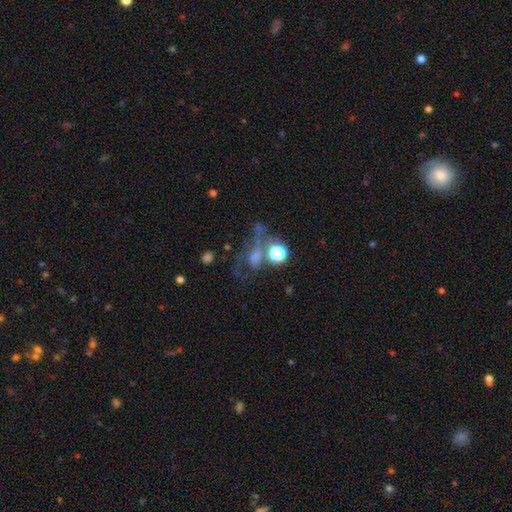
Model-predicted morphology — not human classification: Smooth or featured?
  - featured or disk: 43% *
  - star or artifact: 33%
  - smooth: 24%
Merging?
  - none: 44% *
  - major disturbance: 24%
  - merger: 16%
  - minor disturbance: 16%